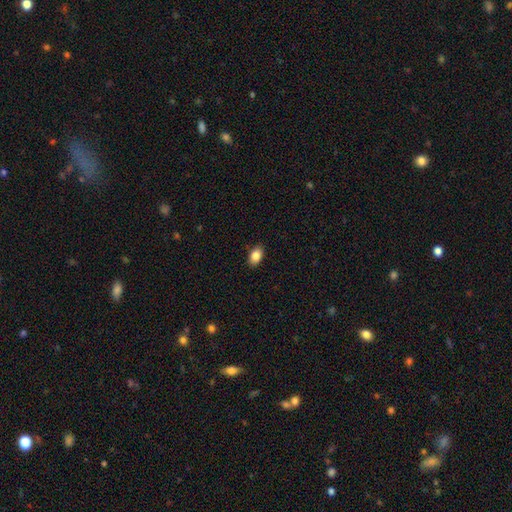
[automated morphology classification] Smooth or featured?
  - smooth: 86% *
  - star or artifact: 8%
  - featured or disk: 6%
How rounded?
  - in between: 89% *
  - round: 10%
  - cigar-shaped: 2%
Merging?
  - none: 88% *
  - minor disturbance: 9%
  - major disturbance: 2%
  - merger: 1%